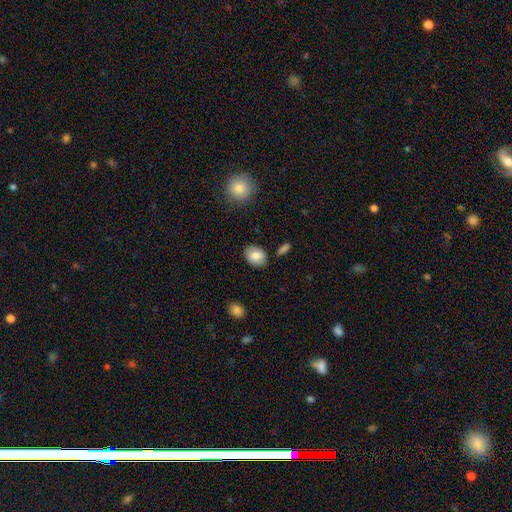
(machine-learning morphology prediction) smooth-or-featured: smooth: 80% | featured or disk: 13% | star or artifact: 7%
  how-rounded: in between: 70% | round: 29% | cigar-shaped: 1%
  merging: none: 81% | minor disturbance: 13% | merger: 3% | major disturbance: 3%